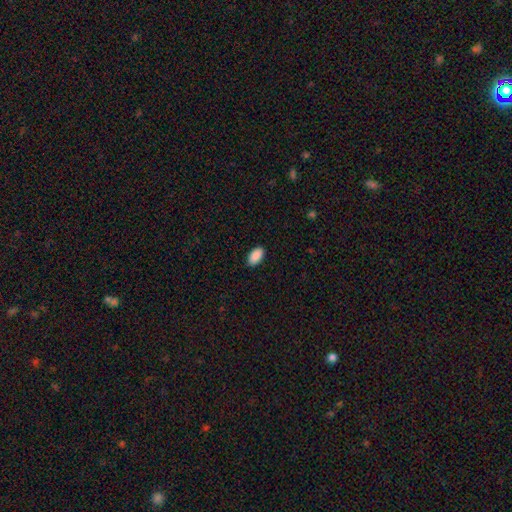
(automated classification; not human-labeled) Morphology: type=smooth (91%); roundness=in between (95%); merging=none (89%).